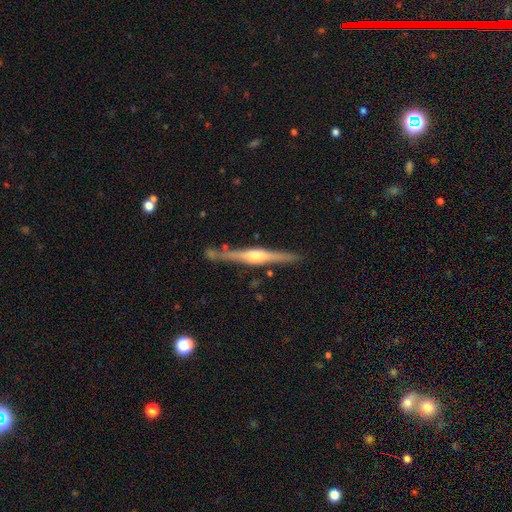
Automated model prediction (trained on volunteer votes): Smooth or featured: featured or disk — 80% (smooth — 15%)
Edge-on disk: yes — 98% (no — 2%)
Edge-on bulge: rounded — 87% (boxy — 8%)
Merging: none — 85% (minor disturbance — 10%)